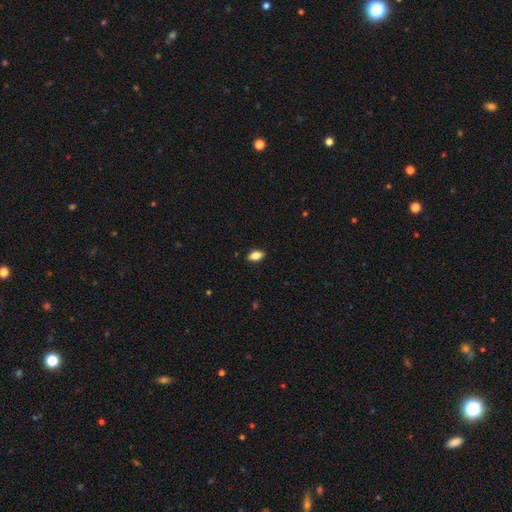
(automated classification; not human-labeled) smooth-or-featured: smooth: 83% | featured or disk: 10% | star or artifact: 8%
  how-rounded: in between: 90% | cigar-shaped: 5% | round: 5%
  merging: none: 88% | minor disturbance: 9% | major disturbance: 2% | merger: 1%